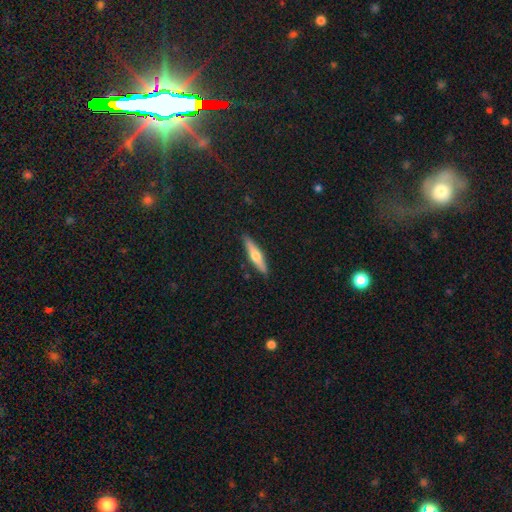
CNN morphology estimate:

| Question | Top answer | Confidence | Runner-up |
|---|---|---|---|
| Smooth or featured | featured or disk | 49% | smooth (45%) |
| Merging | none | 89% | minor disturbance (8%) |